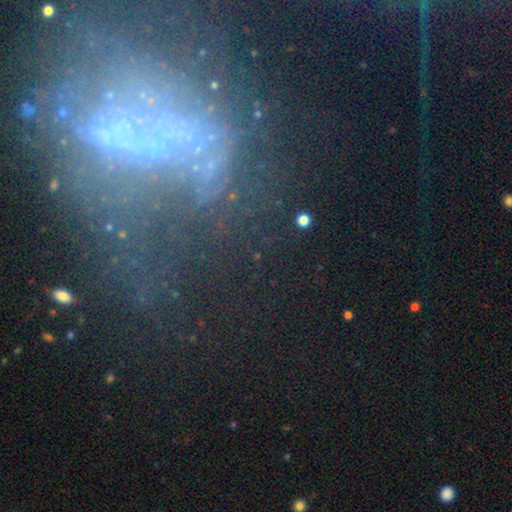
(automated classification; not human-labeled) smooth-or-featured: featured or disk: 51% | star or artifact: 32% | smooth: 17%
  disk-edge-on: no: 87% | yes: 13%
  merging: none: 44% | major disturbance: 33% | minor disturbance: 16% | merger: 8%